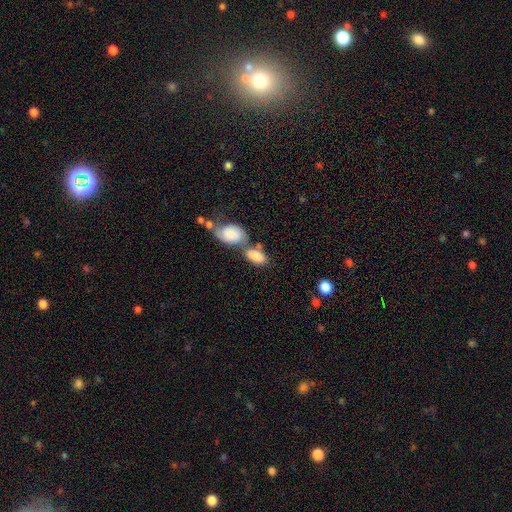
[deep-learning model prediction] smooth_or_featured: smooth (p=0.83) [alt: featured or disk p=0.11]
how_rounded: in between (p=0.92) [alt: round p=0.05]
merging: merger (p=0.54) [alt: none p=0.30]